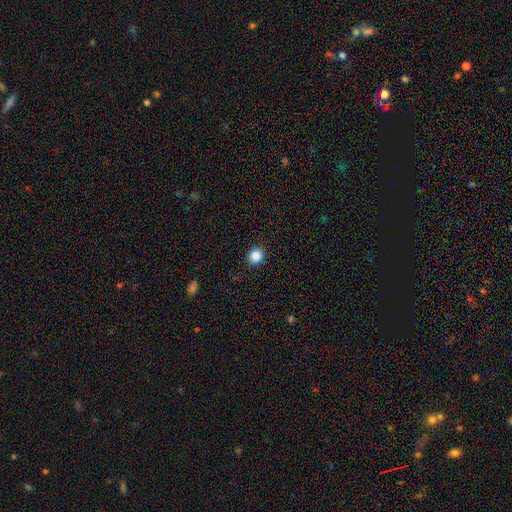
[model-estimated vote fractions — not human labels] Morphology: type=smooth (85%); roundness=round (87%); merging=none (92%).